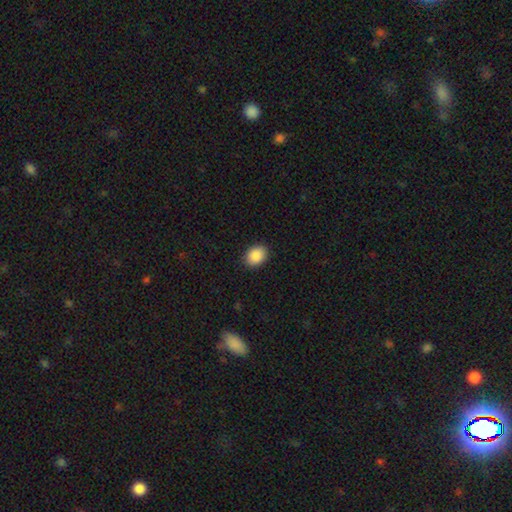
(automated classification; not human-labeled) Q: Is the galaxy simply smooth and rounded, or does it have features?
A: smooth — 89%.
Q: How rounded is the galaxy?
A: in between — 65%.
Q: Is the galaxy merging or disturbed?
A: none — 90%.